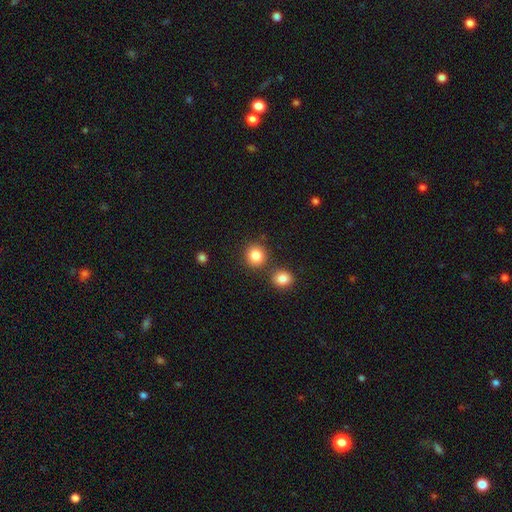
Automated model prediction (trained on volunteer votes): This is clearly a smooth galaxy (85%). How rounded: clearly round (88%). Merging: likely none (77%).